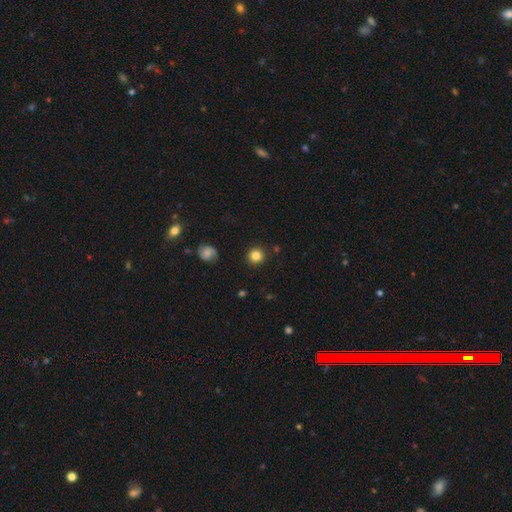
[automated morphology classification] The model was most divided on "smooth or featured": smooth: 83%, star or artifact: 11%, featured or disk: 6%. More confident: how rounded — round (93%); merging — none (90%).